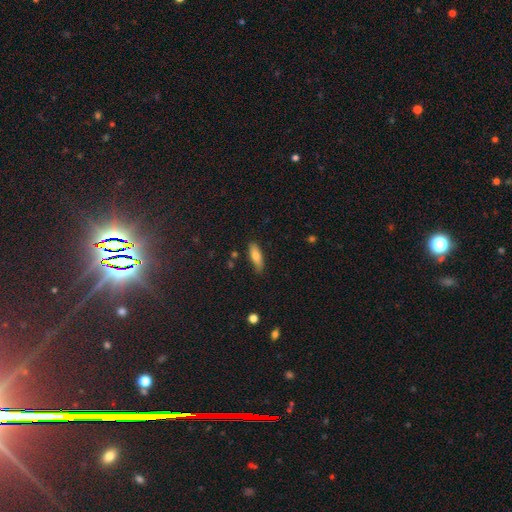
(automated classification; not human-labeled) smooth-or-featured: smooth: 75% | featured or disk: 18% | star or artifact: 7%
  how-rounded: in between: 52% | cigar-shaped: 46% | round: 2%
  merging: none: 79% | minor disturbance: 16% | major disturbance: 3% | merger: 2%